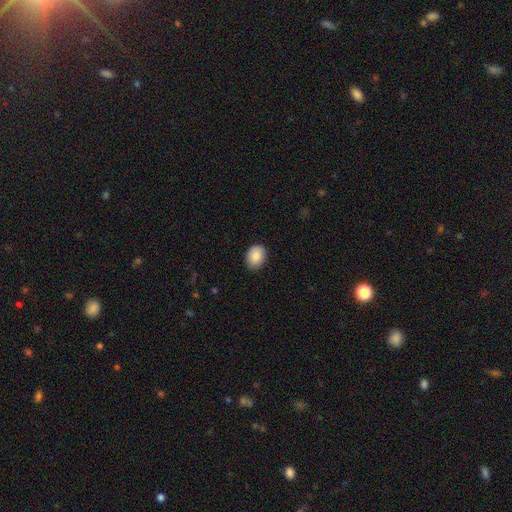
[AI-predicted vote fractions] This is clearly a smooth galaxy (88%). How rounded: likely in between (65%). Merging: clearly none (85%).